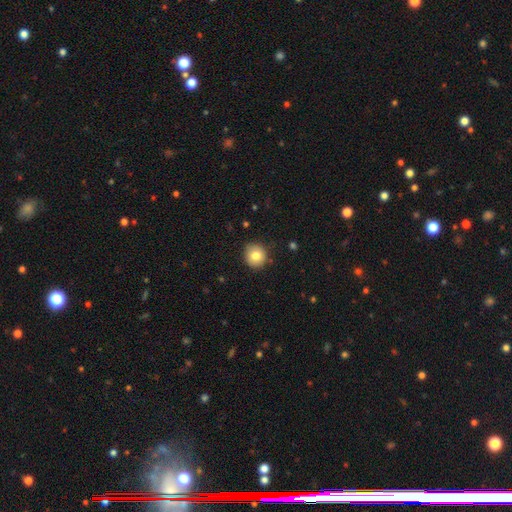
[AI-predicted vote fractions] A smooth galaxy with no disk features (80%) that is round (91%). Merging: none (86%).